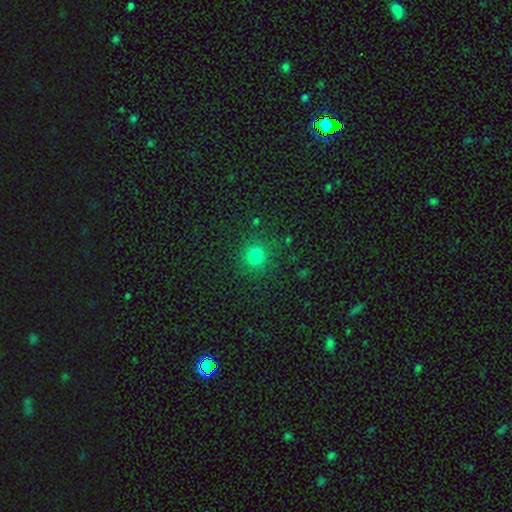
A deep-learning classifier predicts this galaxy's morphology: smooth 78%, star or artifact 17%, featured or disk 5%. Down the decision tree: how rounded — round (90%); merging — none (87%).